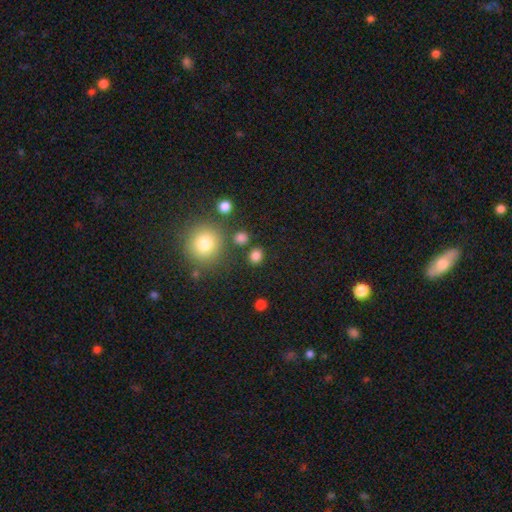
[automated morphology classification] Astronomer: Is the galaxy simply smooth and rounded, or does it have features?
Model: smooth — 81%.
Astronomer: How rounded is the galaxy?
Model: round — 78%.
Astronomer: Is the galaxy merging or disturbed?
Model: none — 83%.